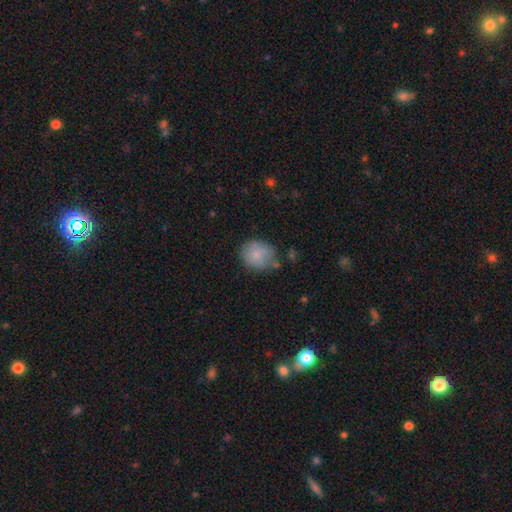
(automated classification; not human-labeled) smooth-or-featured: smooth: 81% | featured or disk: 11% | star or artifact: 8%
  how-rounded: round: 78% | in between: 21% | cigar-shaped: 1%
  merging: none: 66% | minor disturbance: 22% | merger: 6% | major disturbance: 6%